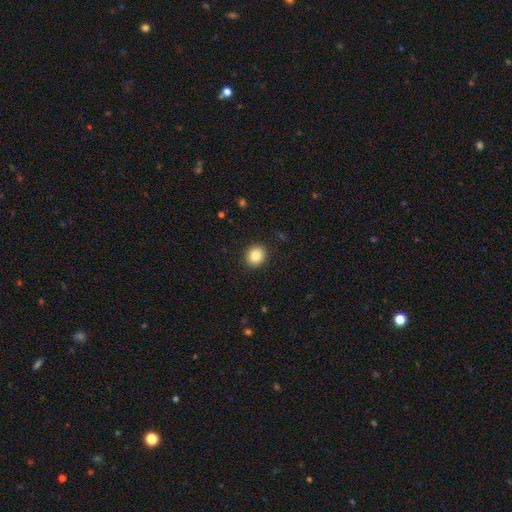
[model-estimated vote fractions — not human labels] Smooth or featured?
  - smooth: 84% *
  - star or artifact: 10%
  - featured or disk: 7%
How rounded?
  - round: 80% *
  - in between: 19%
  - cigar-shaped: 1%
Merging?
  - none: 92% *
  - minor disturbance: 6%
  - major disturbance: 2%
  - merger: 1%